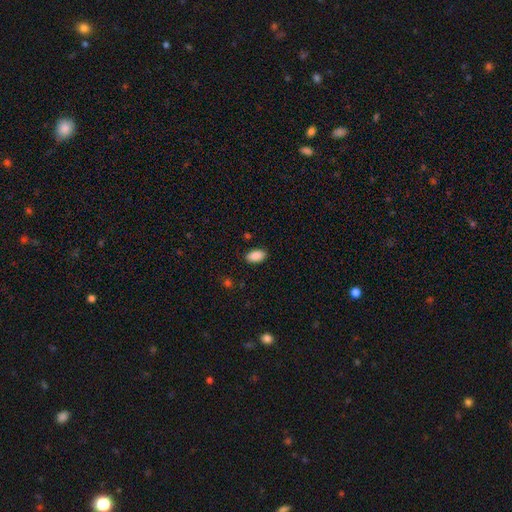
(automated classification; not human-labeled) smooth_or_featured: smooth (p=0.89) [alt: star or artifact p=0.07]
how_rounded: in between (p=0.93) [alt: round p=0.03]
merging: none (p=0.87) [alt: minor disturbance p=0.09]